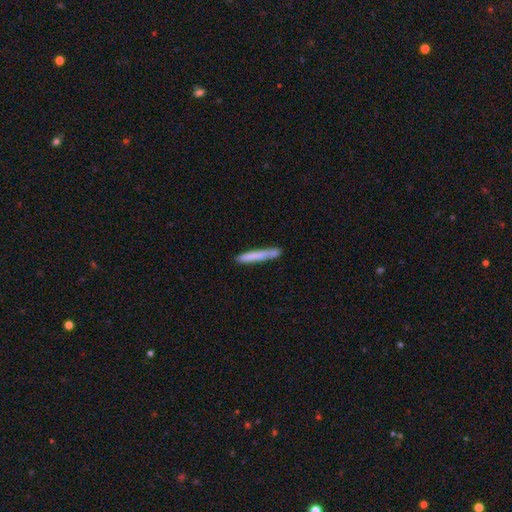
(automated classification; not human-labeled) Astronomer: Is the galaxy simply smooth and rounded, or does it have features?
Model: smooth — 73%.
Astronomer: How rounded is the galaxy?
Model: cigar-shaped — 96%.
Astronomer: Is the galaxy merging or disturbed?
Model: none — 78%.